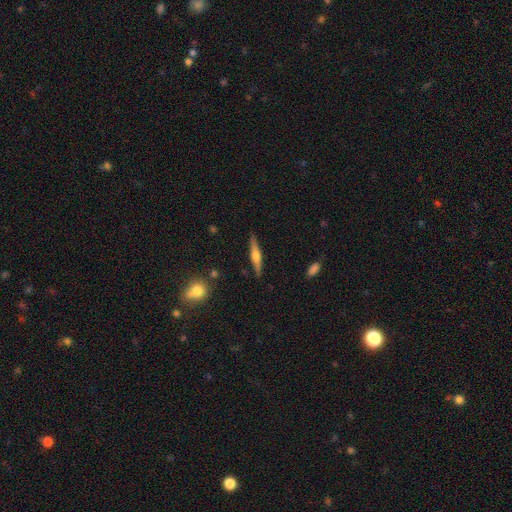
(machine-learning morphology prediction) Smooth or featured?
  - featured or disk: 66% *
  - smooth: 28%
  - star or artifact: 6%
Edge-on disk?
  - yes: 97% *
  - no: 3%
Edge-on bulge?
  - rounded: 87% *
  - boxy: 9%
  - none: 4%
Merging?
  - none: 89% *
  - minor disturbance: 8%
  - major disturbance: 2%
  - merger: 1%